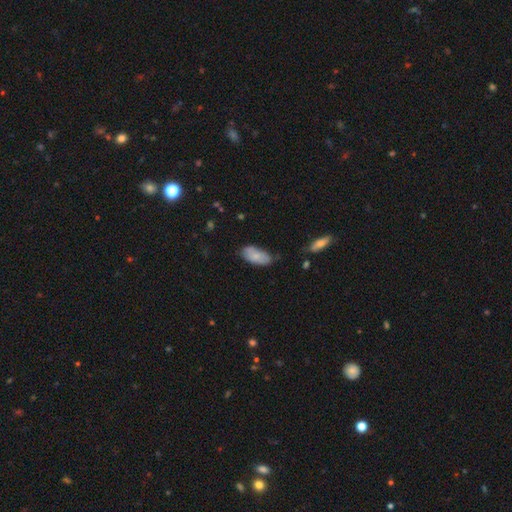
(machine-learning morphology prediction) Q: Smooth or featured?
A: smooth (78%); runner-up: featured or disk (16%)
Q: How rounded?
A: in between (91%); runner-up: cigar-shaped (7%)
Q: Merging?
A: none (65%); runner-up: minor disturbance (26%)